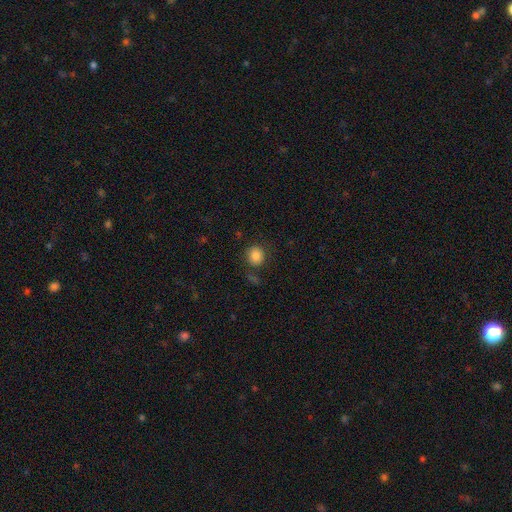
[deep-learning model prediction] This appears to be a smooth galaxy with no disk features (84%) that is round (85%). Merging: none (83%).